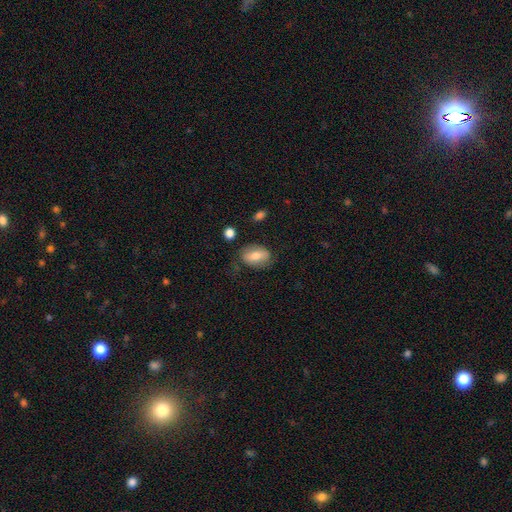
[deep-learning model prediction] This is likely a smooth galaxy (69%). How rounded: clearly in between (84%). Merging: likely none (69%).